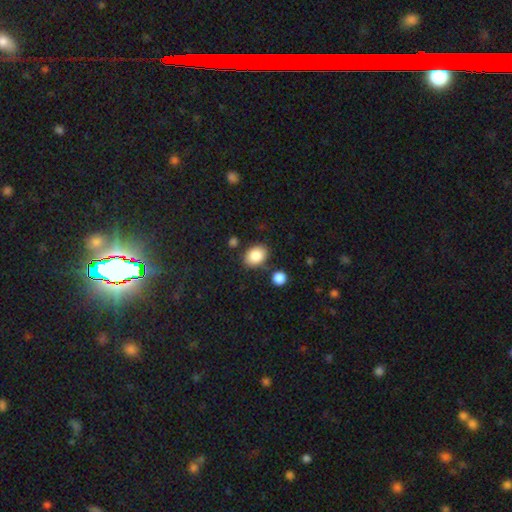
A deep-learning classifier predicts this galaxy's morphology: This is clearly a smooth galaxy (86%). How rounded: likely in between (68%). Merging: likely none (79%).